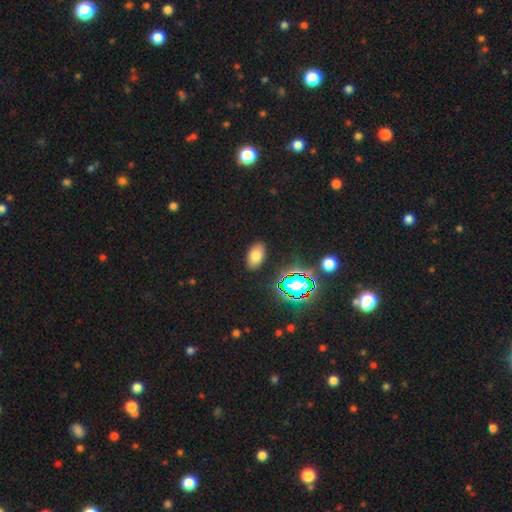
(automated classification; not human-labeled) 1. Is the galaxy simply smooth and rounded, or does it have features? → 71% smooth, 19% star or artifact, 10% featured or disk.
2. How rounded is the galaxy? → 91% in between, 7% round, 2% cigar-shaped.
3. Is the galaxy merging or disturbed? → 87% none, 9% minor disturbance, 3% major disturbance, 2% merger.